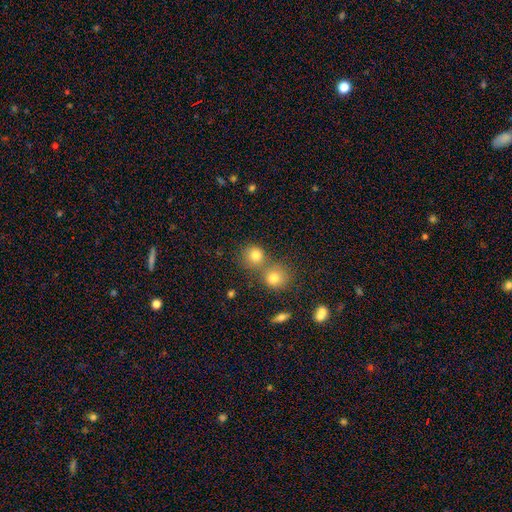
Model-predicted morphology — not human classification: This appears to be a smooth galaxy with no disk features (79%) that is round (85%). Merging: none (52%).